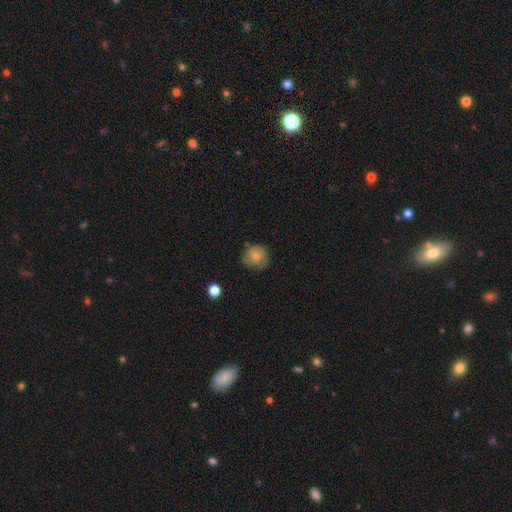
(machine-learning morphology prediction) smooth-or-featured: smooth: 74% | featured or disk: 17% | star or artifact: 9%
  how-rounded: round: 82% | in between: 17% | cigar-shaped: 1%
  merging: none: 64% | minor disturbance: 26% | major disturbance: 8% | merger: 2%